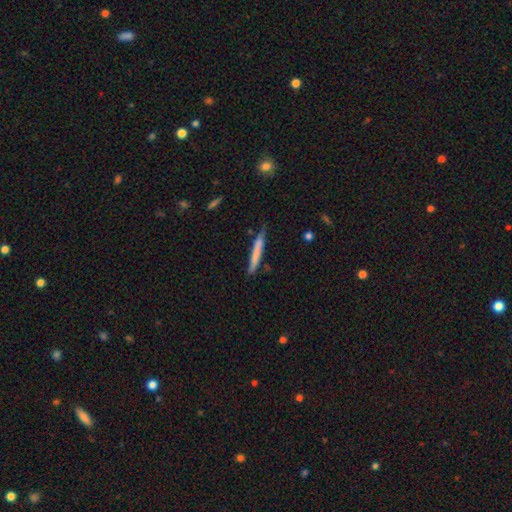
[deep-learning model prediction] Smooth or featured: smooth — 71% (featured or disk — 24%)
How rounded: cigar-shaped — 95% (in between — 4%)
Merging: none — 70% (minor disturbance — 23%)